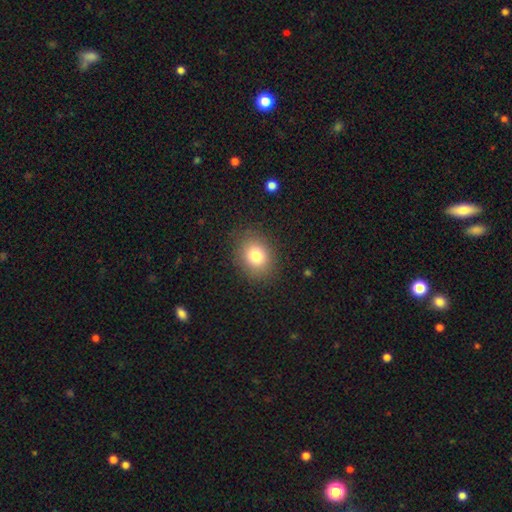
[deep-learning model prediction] The model was most divided on "how rounded": round: 61%, in between: 39%, cigar-shaped: 1%. More confident: merging — none (87%); smooth or featured — smooth (79%).